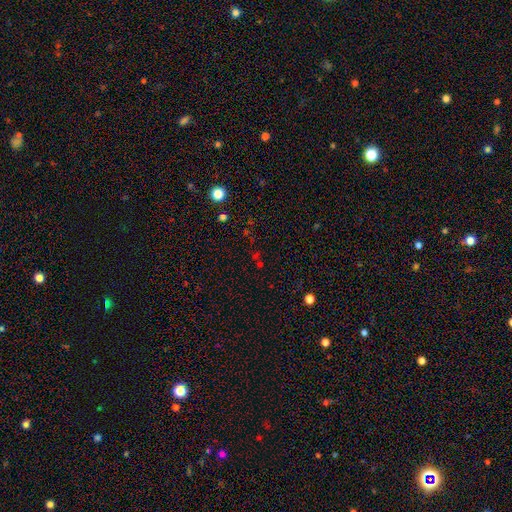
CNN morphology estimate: smooth-or-featured: star or artifact: 54% | smooth: 36% | featured or disk: 10%